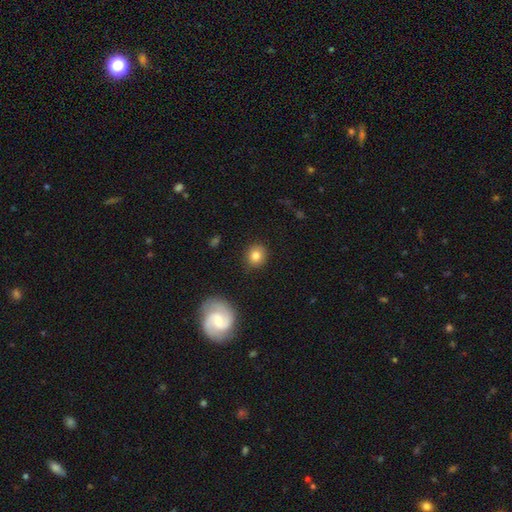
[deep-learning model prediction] Q: Smooth or featured?
A: smooth (81%); runner-up: star or artifact (10%)
Q: How rounded?
A: round (81%); runner-up: in between (17%)
Q: Merging?
A: none (88%); runner-up: minor disturbance (8%)